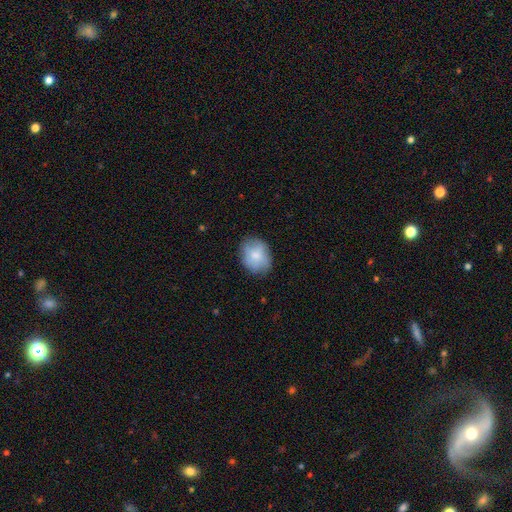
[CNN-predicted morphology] Overall: smooth (77%). How rounded: in between (59%; round 40%). Merging: none (77%).